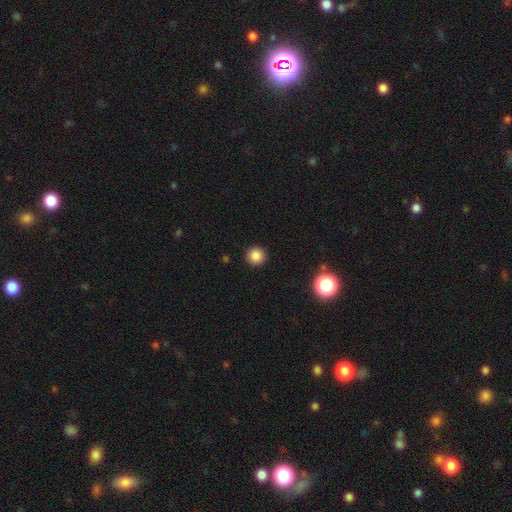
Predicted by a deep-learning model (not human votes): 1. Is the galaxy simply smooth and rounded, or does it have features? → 85% smooth, 12% star or artifact, 4% featured or disk.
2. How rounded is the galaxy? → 96% round, 3% in between, 1% cigar-shaped.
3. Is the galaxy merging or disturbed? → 93% none, 5% minor disturbance, 2% major disturbance, 1% merger.